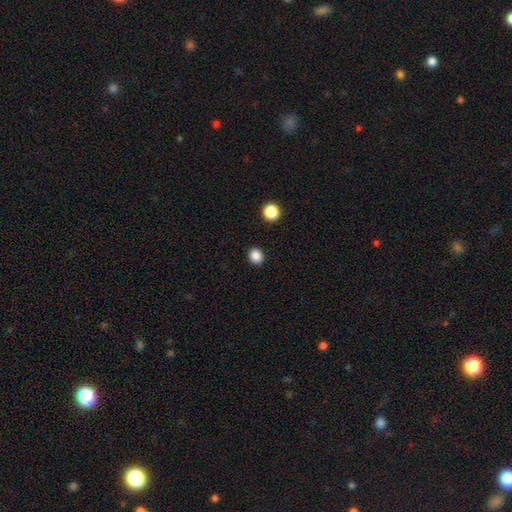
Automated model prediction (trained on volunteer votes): A smooth galaxy with no disk features (86%) that is round (72%). Merging: none (91%).